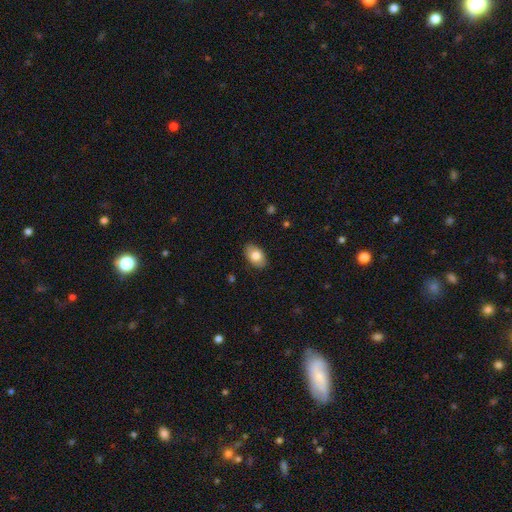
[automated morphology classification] This appears to be a smooth galaxy with no disk features (81%) that is in between round and cigar-shaped (90%). Merging: none (87%).